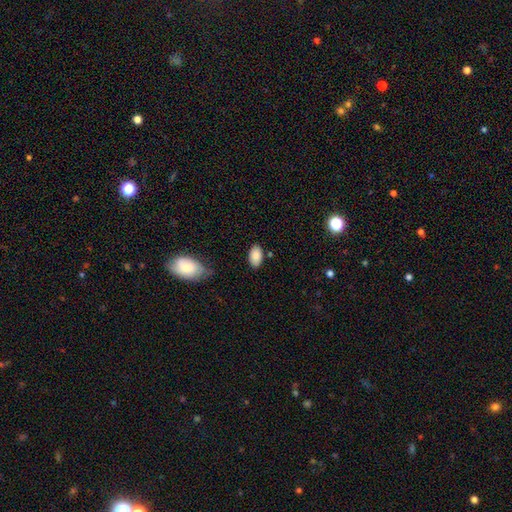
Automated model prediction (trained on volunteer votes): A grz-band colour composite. It shows a smooth galaxy with no disk features (86%) that is in between round and cigar-shaped (93%). Merging: none (81%).